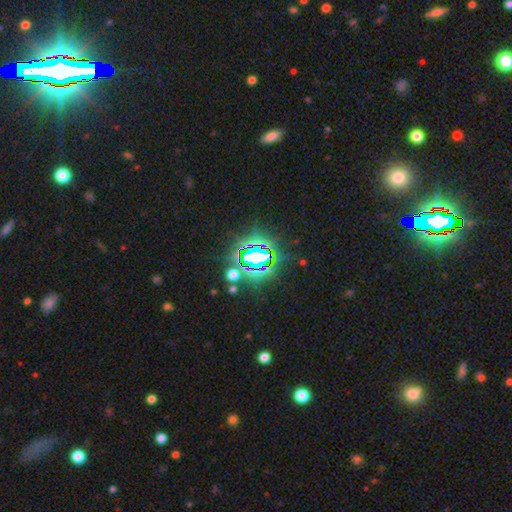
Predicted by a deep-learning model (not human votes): A star or artifact, not a galaxy (76%).

Vote fractions:
- Smooth or featured? star or artifact: 76% / smooth: 14% / featured or disk: 10%